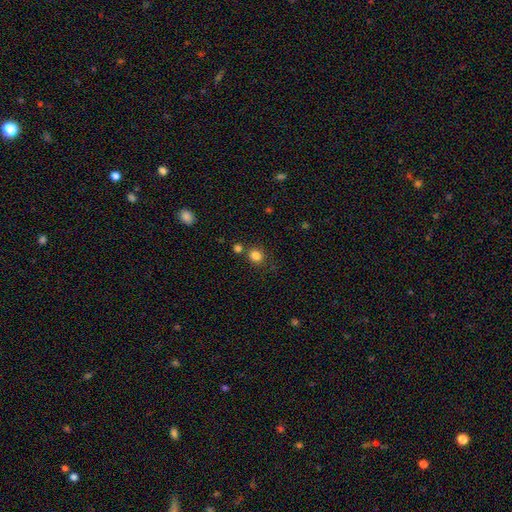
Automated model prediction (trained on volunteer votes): Smooth or featured? Predicted: smooth (p=0.83). How rounded? Predicted: round (p=0.77). Merging? Predicted: none (p=0.75).